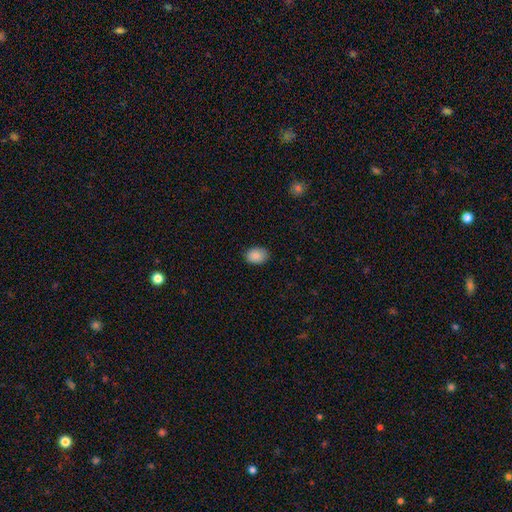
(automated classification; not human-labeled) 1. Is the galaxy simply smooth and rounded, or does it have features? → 89% smooth, 8% star or artifact, 3% featured or disk.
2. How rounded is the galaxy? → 73% in between, 26% round, 1% cigar-shaped.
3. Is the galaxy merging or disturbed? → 85% none, 12% minor disturbance, 2% major disturbance, 1% merger.